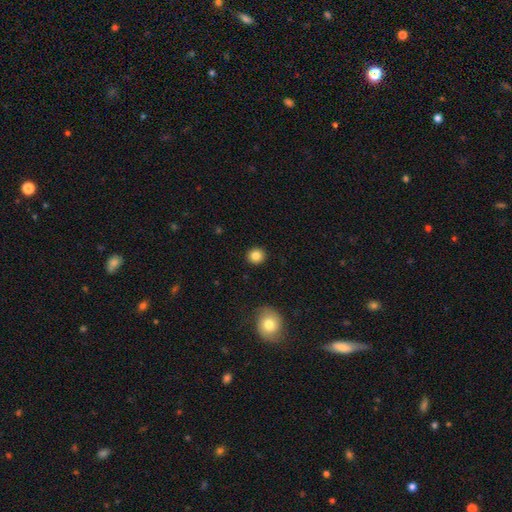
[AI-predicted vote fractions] Q: Smooth or featured?
A: smooth (85%); runner-up: star or artifact (10%)
Q: How rounded?
A: round (91%); runner-up: in between (8%)
Q: Merging?
A: none (92%); runner-up: minor disturbance (5%)